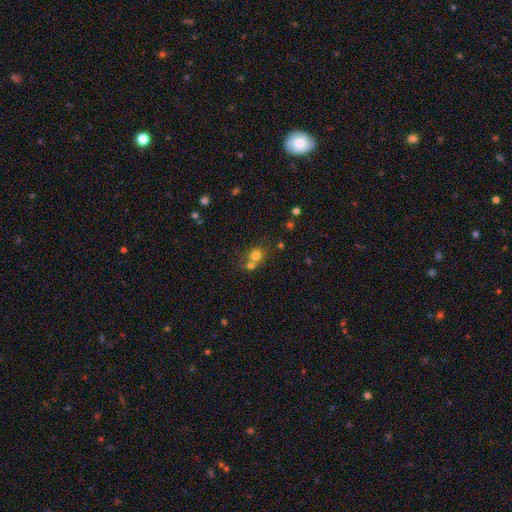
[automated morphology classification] smooth_or_featured: smooth (p=0.73) [alt: star or artifact p=0.15]
how_rounded: round (p=0.81) [alt: in between p=0.18]
merging: none (p=0.45) [alt: merger p=0.44]